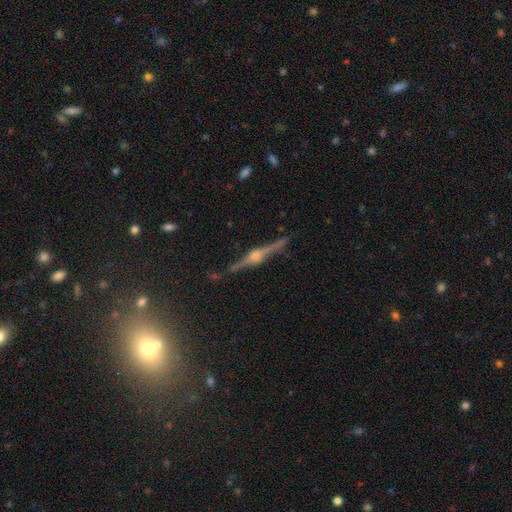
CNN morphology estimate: smooth-or-featured: featured or disk: 84% | star or artifact: 8% | smooth: 8%
  disk-edge-on: yes: 97% | no: 3%
    edge-on-bulge: rounded: 91% | boxy: 5% | none: 3%
  merging: none: 88% | minor disturbance: 8% | major disturbance: 2% | merger: 2%